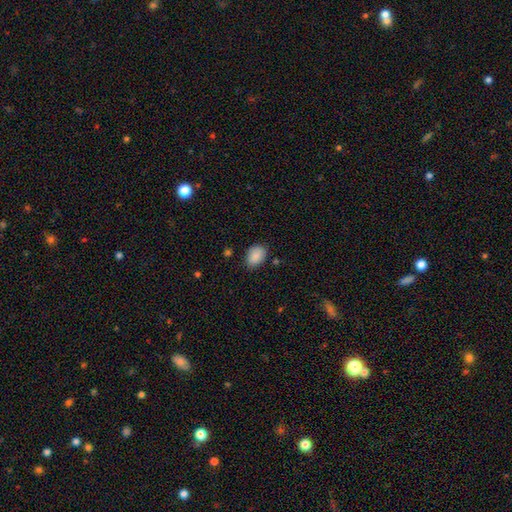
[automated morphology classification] This is clearly a smooth galaxy (88%). How rounded: likely in between (79%). Merging: likely none (77%).